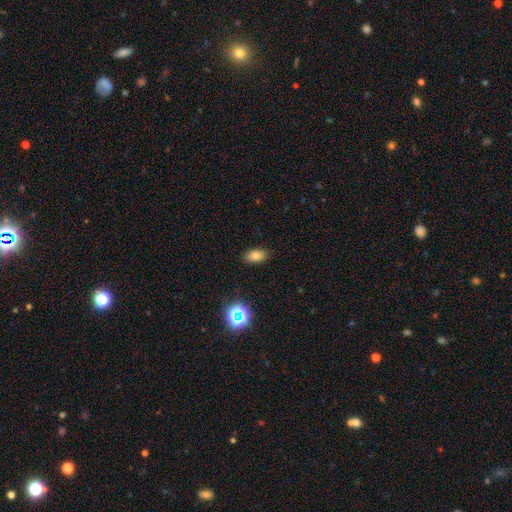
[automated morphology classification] This is likely a smooth galaxy (78%). How rounded: clearly in between (90%). Merging: clearly none (87%).